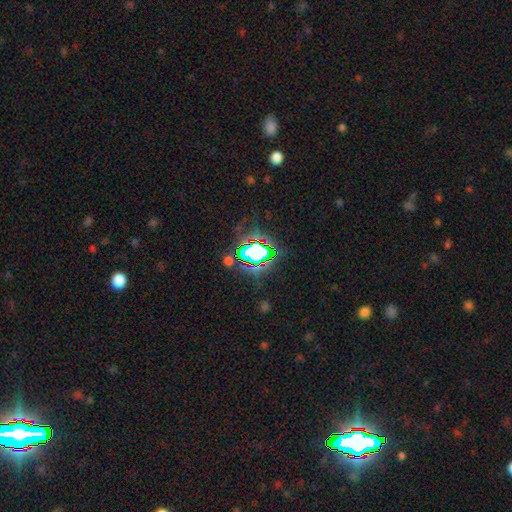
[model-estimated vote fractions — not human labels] smooth-or-featured: star or artifact: 61% | smooth: 23% | featured or disk: 16%